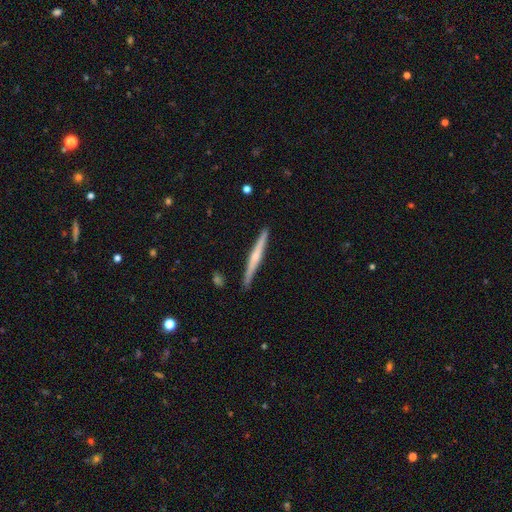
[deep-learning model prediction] Smooth or featured? Predicted: featured or disk (p=0.60). Edge-on disk? Predicted: yes (p=0.97). Edge-on bulge? Predicted: rounded (p=0.56). Merging? Predicted: none (p=0.88).